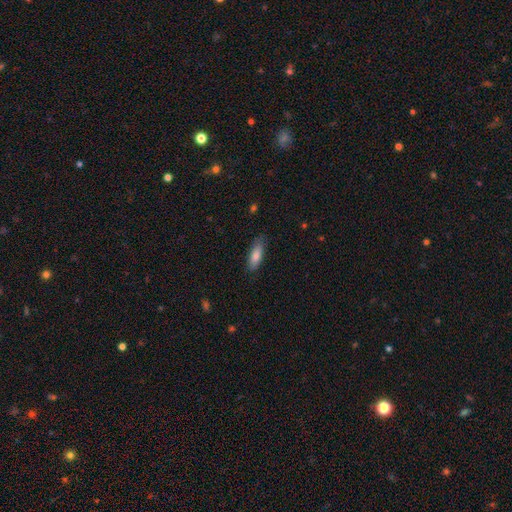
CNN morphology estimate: This appears to be a smooth galaxy with no disk features (80%) that is in between round and cigar-shaped (60%). Merging: none (80%).